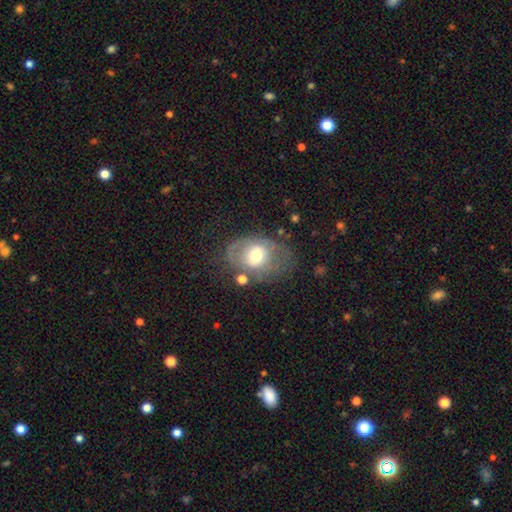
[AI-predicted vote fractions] Morphology: type=smooth (47%); merging=none (47%).